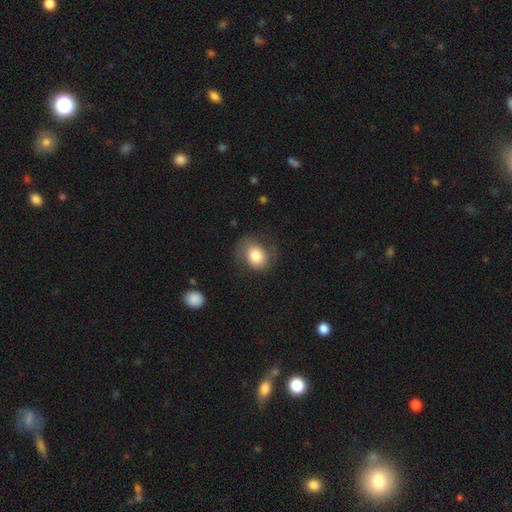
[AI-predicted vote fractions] Morphology: type=smooth (75%); roundness=in between (51%); merging=none (64%).